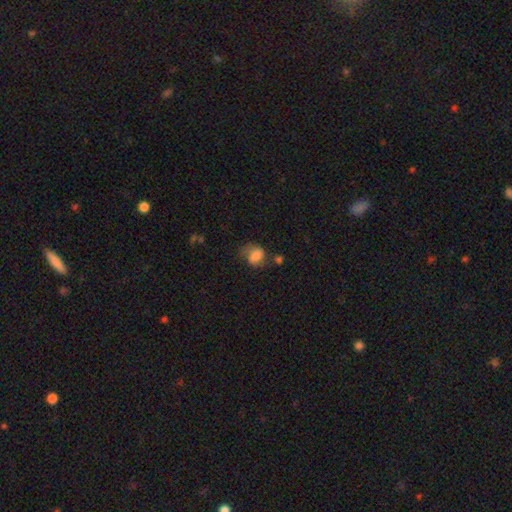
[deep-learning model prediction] This is likely a smooth galaxy (69%). How rounded: possibly in between (55%). Merging: marginally none (39%).